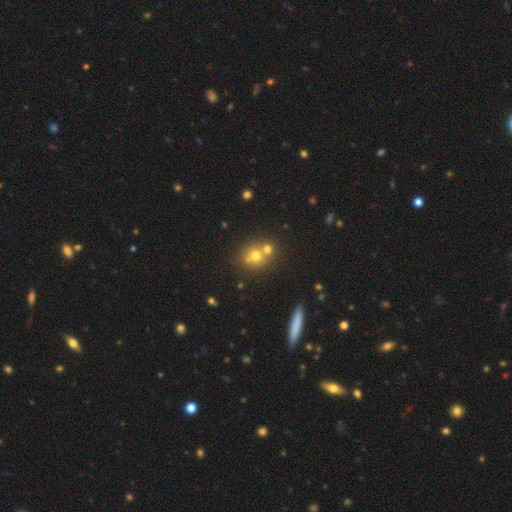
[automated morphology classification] Smooth or featured? smooth (64%)
How rounded? round (82%)
Merging? none (49%)